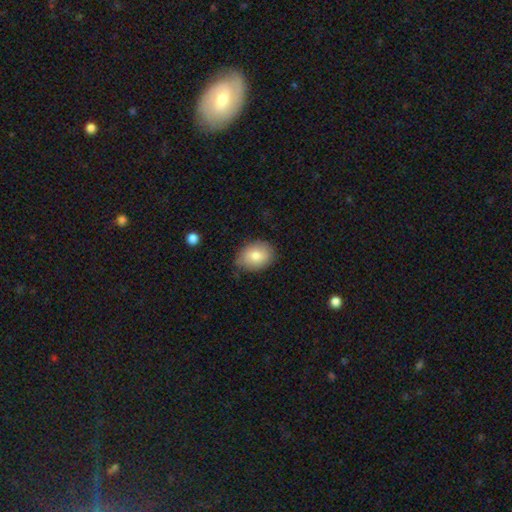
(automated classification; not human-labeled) Smooth or featured?
  - smooth: 81% *
  - featured or disk: 12%
  - star or artifact: 7%
How rounded?
  - in between: 67% *
  - round: 32%
  - cigar-shaped: 1%
Merging?
  - none: 73% *
  - minor disturbance: 22%
  - major disturbance: 4%
  - merger: 2%